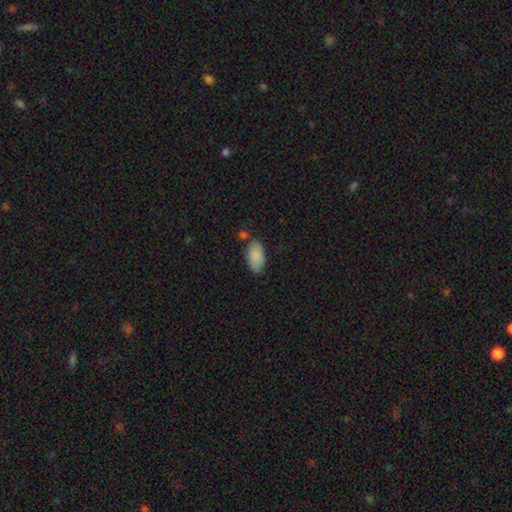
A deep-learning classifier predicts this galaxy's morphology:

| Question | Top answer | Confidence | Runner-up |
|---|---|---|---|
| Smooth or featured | smooth | 87% | star or artifact (6%) |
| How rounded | in between | 94% | cigar-shaped (3%) |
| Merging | none | 67% | minor disturbance (19%) |